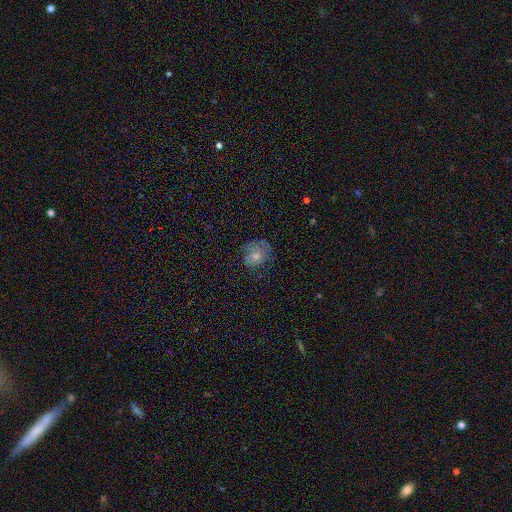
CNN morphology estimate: smooth 65%, featured or disk 23%, star or artifact 12%. Down the decision tree: how rounded — round (59%); merging — none (55%).